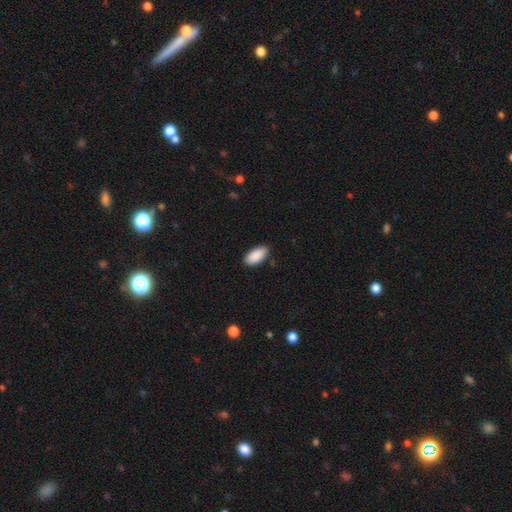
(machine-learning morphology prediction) This appears to be a smooth galaxy with no disk features (91%) that is in between round and cigar-shaped (93%). Merging: none (86%).